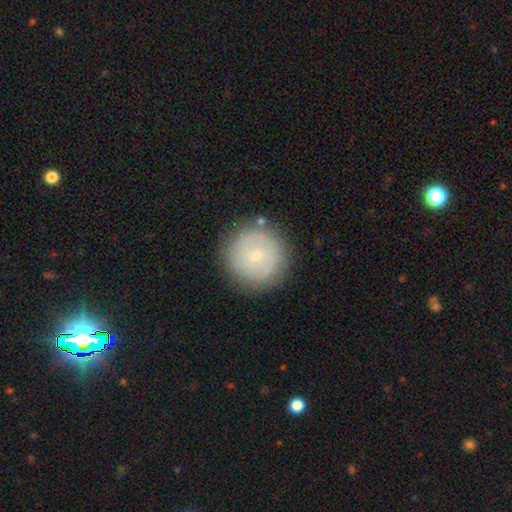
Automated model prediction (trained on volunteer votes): smooth_or_featured: smooth (p=0.66) [alt: featured or disk p=0.26]
how_rounded: round (p=0.96) [alt: in between p=0.03]
merging: none (p=0.86) [alt: minor disturbance p=0.10]